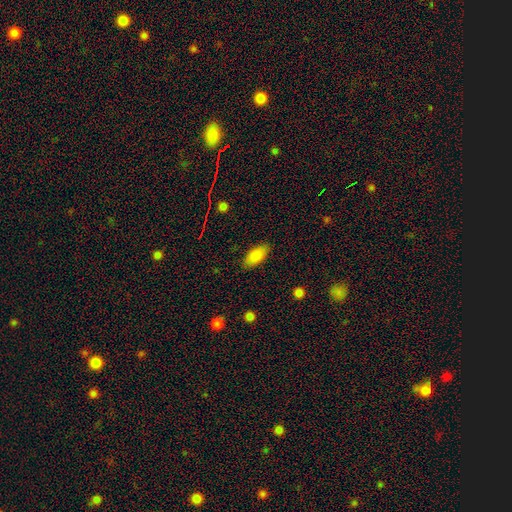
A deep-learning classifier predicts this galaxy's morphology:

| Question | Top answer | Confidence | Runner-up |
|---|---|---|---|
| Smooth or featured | smooth | 86% | star or artifact (8%) |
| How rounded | in between | 91% | cigar-shaped (6%) |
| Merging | none | 86% | minor disturbance (10%) |